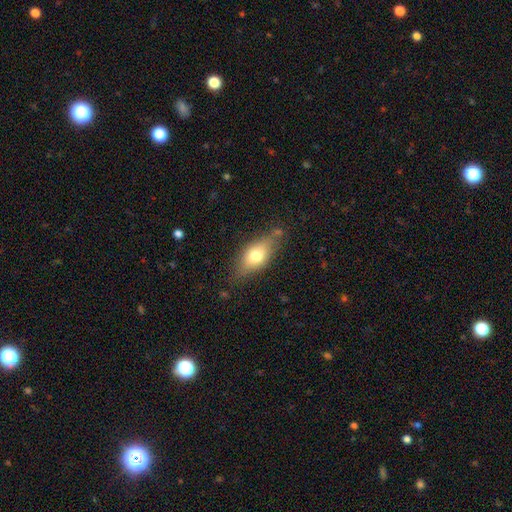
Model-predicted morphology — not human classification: A smooth galaxy with no disk features (69%) that is in between round and cigar-shaped (80%). Merging: none (70%).